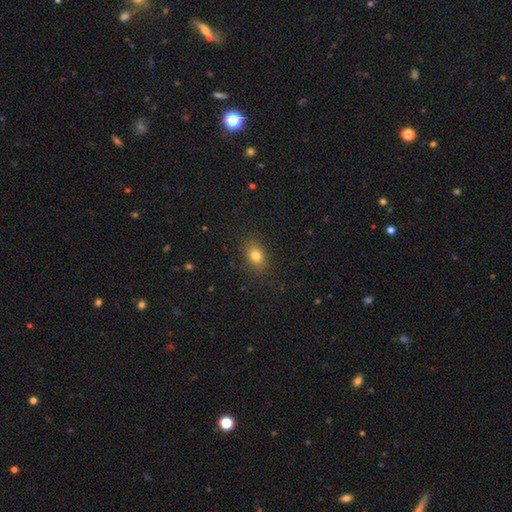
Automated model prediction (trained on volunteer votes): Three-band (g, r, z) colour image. It shows a smooth galaxy with no disk features (79%) that is in between round and cigar-shaped (71%). Merging: none (86%).